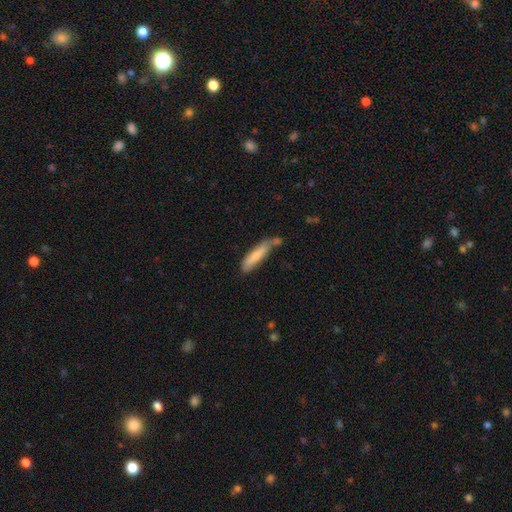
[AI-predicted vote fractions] Smooth or featured?
  - smooth: 73% *
  - featured or disk: 21%
  - star or artifact: 6%
How rounded?
  - cigar-shaped: 79% *
  - in between: 20%
  - round: 1%
Merging?
  - none: 50% *
  - minor disturbance: 27%
  - merger: 16%
  - major disturbance: 8%